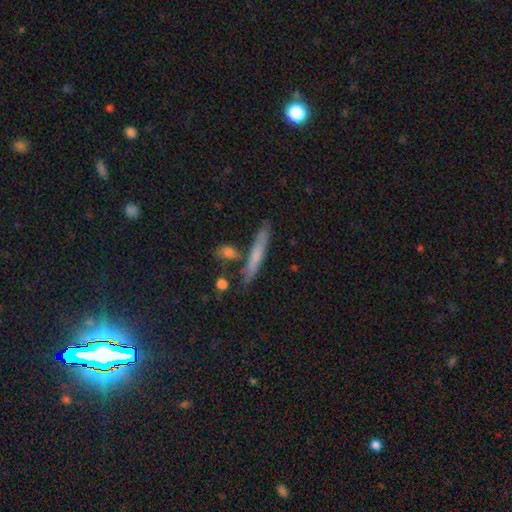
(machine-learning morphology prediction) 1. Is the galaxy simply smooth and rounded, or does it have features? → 60% smooth, 33% featured or disk, 8% star or artifact.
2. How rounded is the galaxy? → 92% cigar-shaped, 6% in between, 2% round.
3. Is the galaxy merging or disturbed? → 79% none, 11% minor disturbance, 7% merger, 3% major disturbance.